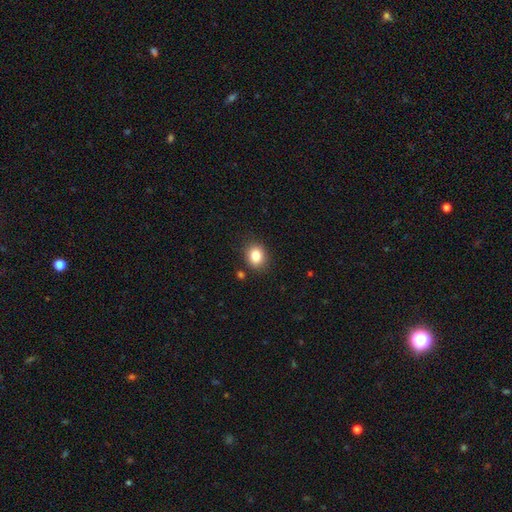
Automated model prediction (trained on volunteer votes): A smooth galaxy with no disk features (85%) that is round (52%).

Vote fractions:
- Smooth or featured? smooth: 85% / star or artifact: 9% / featured or disk: 5%
- How rounded? round: 52% / in between: 47% / cigar-shaped: 1%
- Merging? none: 85% / minor disturbance: 10% / major disturbance: 3% / merger: 3%